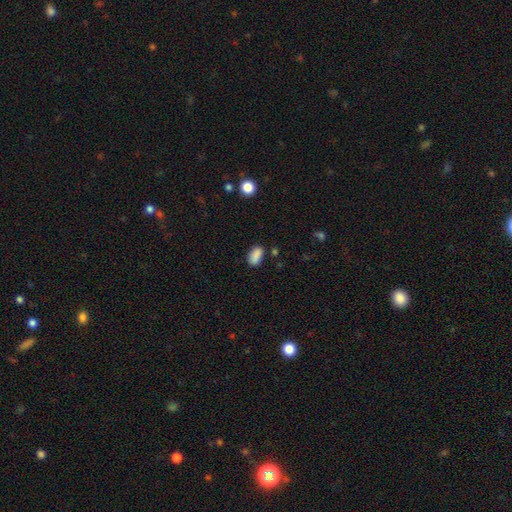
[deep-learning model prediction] Smooth or featured? Predicted: smooth (p=0.87). How rounded? Predicted: in between (p=0.91). Merging? Predicted: none (p=0.76).